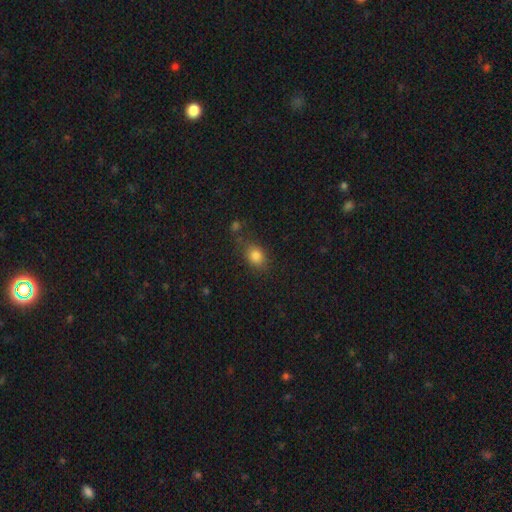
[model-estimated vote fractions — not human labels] This appears to be a smooth galaxy with no disk features (82%) that is in between round and cigar-shaped (63%). Merging: none (70%).